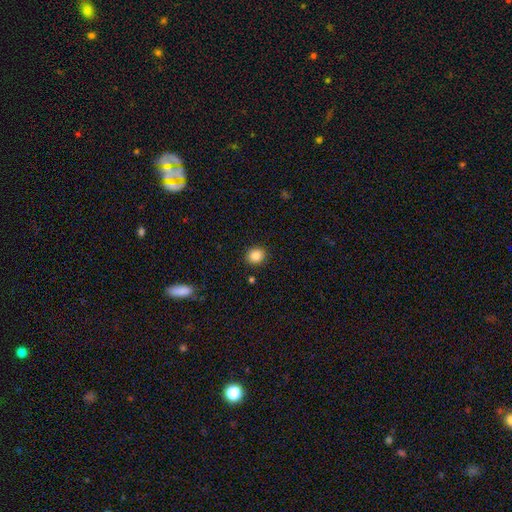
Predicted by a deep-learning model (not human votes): Smooth or featured? Predicted: smooth (p=0.86). How rounded? Predicted: round (p=0.76). Merging? Predicted: none (p=0.90).